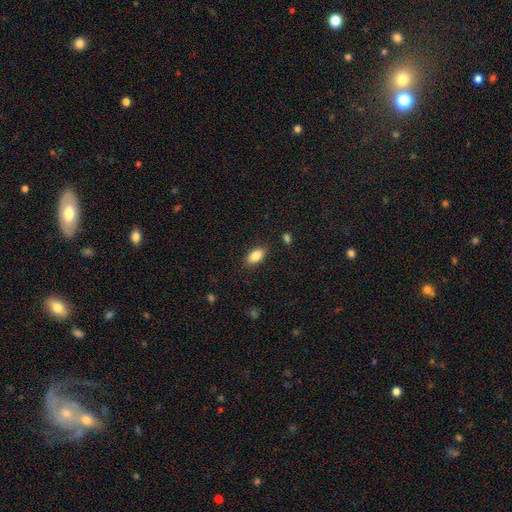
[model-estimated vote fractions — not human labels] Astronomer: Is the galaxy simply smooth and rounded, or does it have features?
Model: smooth — 85%.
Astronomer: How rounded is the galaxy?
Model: in between — 91%.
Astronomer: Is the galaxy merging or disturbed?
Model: none — 86%.